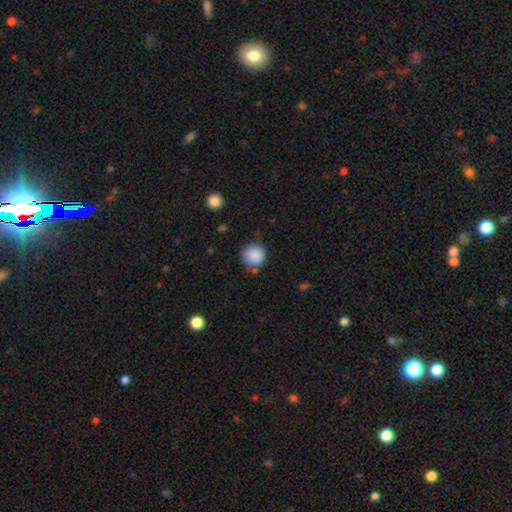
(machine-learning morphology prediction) This is clearly a smooth galaxy (88%). How rounded: clearly round (92%). Merging: likely none (73%).